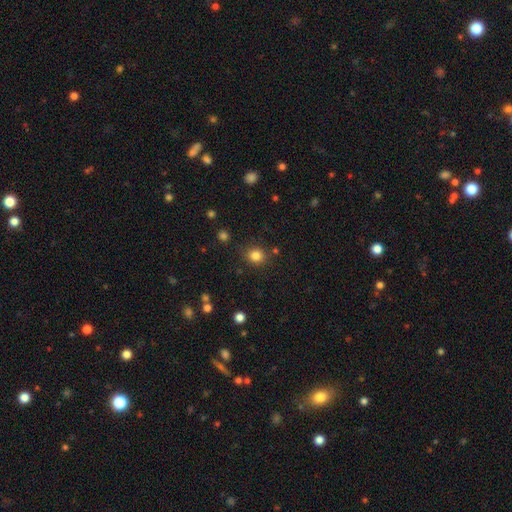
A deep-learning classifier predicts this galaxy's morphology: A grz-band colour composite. It shows a smooth galaxy with no disk features (82%) that is round (82%). Merging: none (84%).